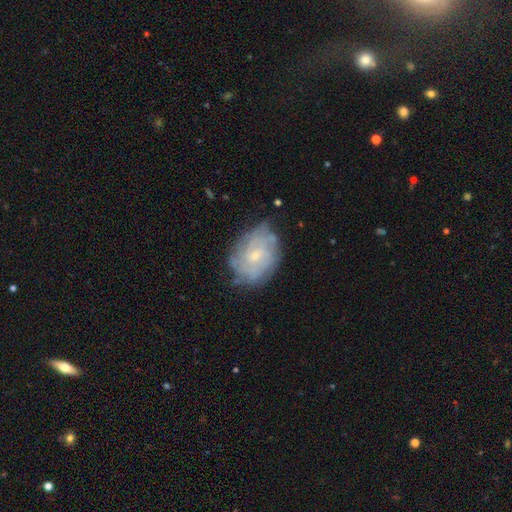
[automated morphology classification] type=featured or disk (68%); edge-on=no (97%); bar=no (72%); spiral arms=yes (82%); winding=tight (64%); arm count=can't tell (57%); bulge=small (73%); merging=none (69%).